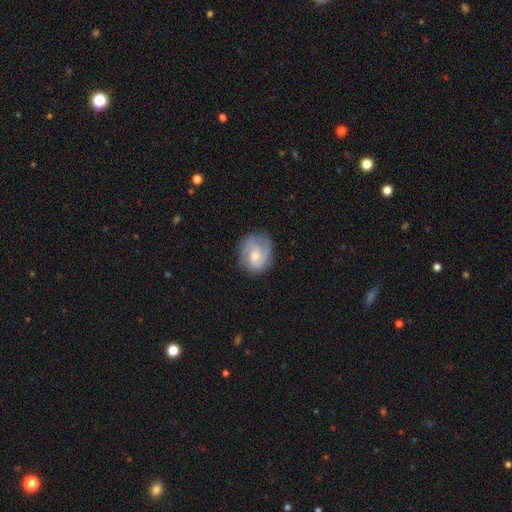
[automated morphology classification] This is likely a featured or disk galaxy (77%). It is clearly not viewed edge-on (98%). Bar: possibly no (59%). Spiral arm pattern: clearly yes (95%). Spiral arm count: marginally 2 (45%). Spiral winding: marginally tight (44%, tied with medium). Central bulge: possibly moderate (54%). Merging: likely none (74%).